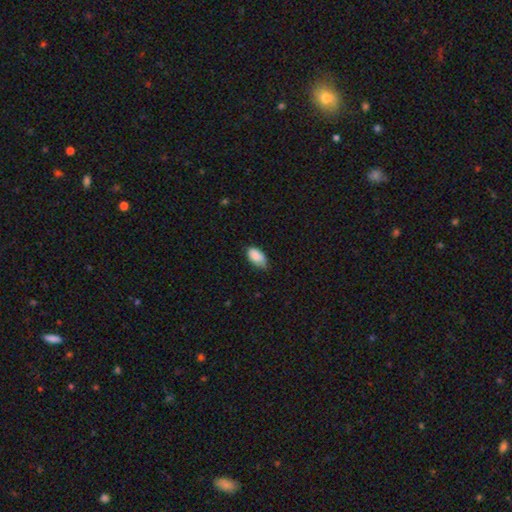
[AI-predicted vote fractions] The model was most divided on "merging": none: 57%, minor disturbance: 37%, major disturbance: 5%, merger: 1%. More confident: how rounded — in between (93%); smooth or featured — smooth (87%).